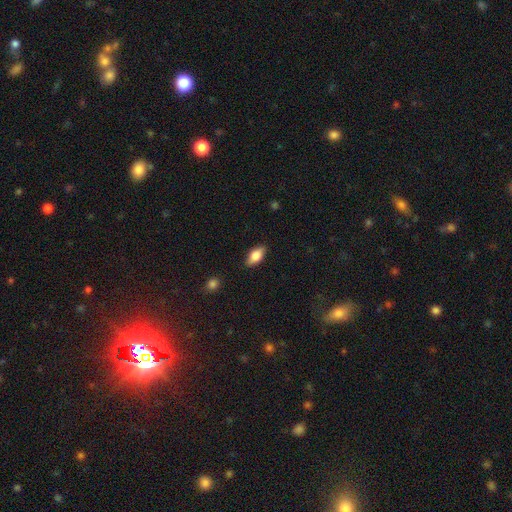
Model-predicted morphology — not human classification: Q: Smooth or featured?
A: smooth (75%); runner-up: featured or disk (18%)
Q: How rounded?
A: in between (88%); runner-up: cigar-shaped (7%)
Q: Merging?
A: none (86%); runner-up: minor disturbance (11%)